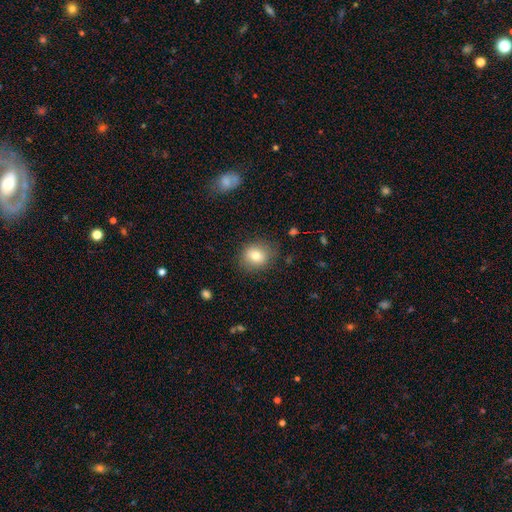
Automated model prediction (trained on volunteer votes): The model was most divided on "how rounded": round: 69%, in between: 30%, cigar-shaped: 1%. More confident: merging — none (82%); smooth or featured — smooth (79%).